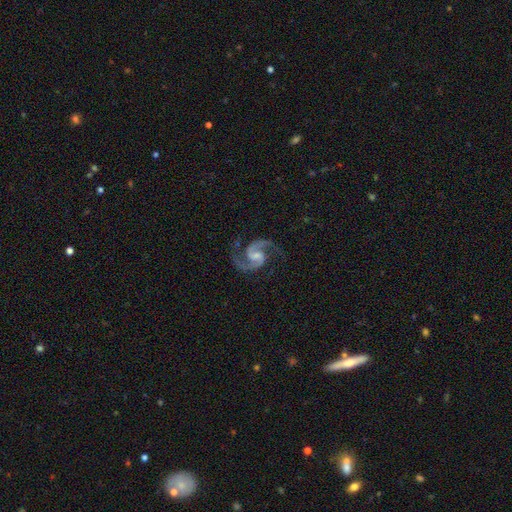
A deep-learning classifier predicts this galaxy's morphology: Q: Smooth or featured?
A: featured or disk (94%); runner-up: star or artifact (4%)
Q: Edge-on disk?
A: no (99%); runner-up: yes (1%)
Q: Bar?
A: weak (52%); runner-up: no (34%)
Q: Spiral arms?
A: yes (99%); runner-up: no (1%)
Q: Spiral winding?
A: medium (68%); runner-up: loose (19%)
Q: Spiral arm count?
A: 2 (94%); runner-up: 3 (1%)
Q: Bulge size?
A: small (40%); runner-up: moderate (35%)
Q: Merging?
A: none (80%); runner-up: minor disturbance (13%)